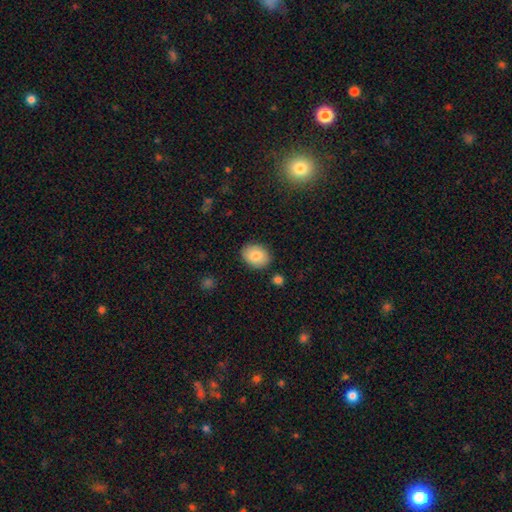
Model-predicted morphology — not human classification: This is clearly a smooth galaxy (82%). How rounded: likely in between (62%). Merging: clearly none (86%).